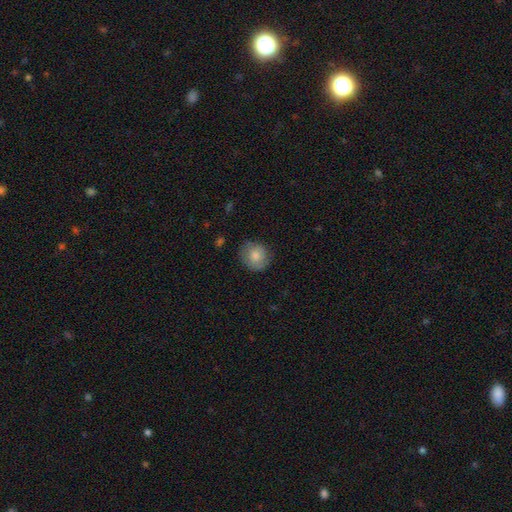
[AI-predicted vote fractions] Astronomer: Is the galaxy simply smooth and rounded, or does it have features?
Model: smooth — 75%.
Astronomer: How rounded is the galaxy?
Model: round — 84%.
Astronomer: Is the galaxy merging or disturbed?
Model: none — 77%.